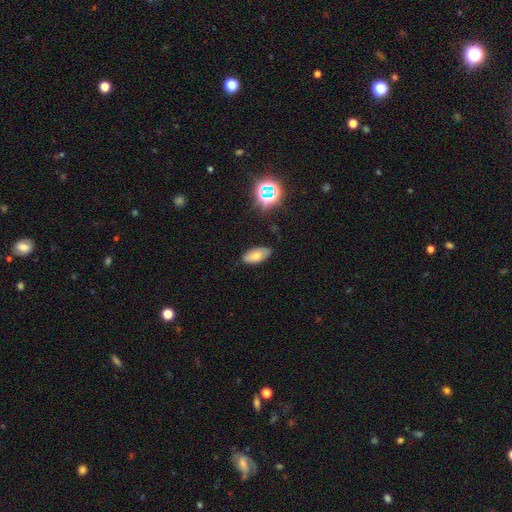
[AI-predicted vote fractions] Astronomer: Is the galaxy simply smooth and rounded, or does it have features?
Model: smooth — 71%.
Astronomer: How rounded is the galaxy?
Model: in between — 91%.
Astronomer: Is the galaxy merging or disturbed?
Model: none — 79%.